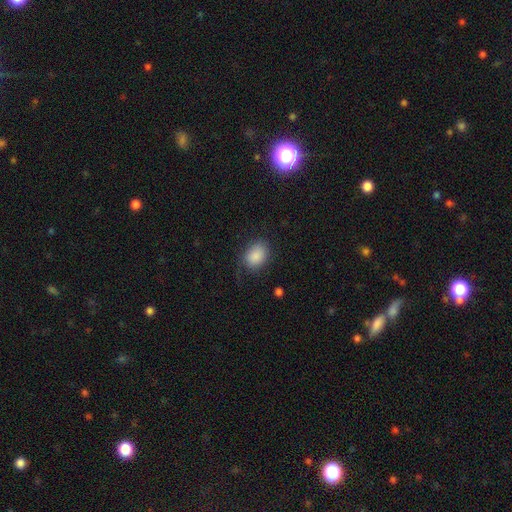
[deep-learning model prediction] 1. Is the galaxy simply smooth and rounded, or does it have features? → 86% smooth, 8% star or artifact, 7% featured or disk.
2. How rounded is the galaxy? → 67% in between, 32% round, 1% cigar-shaped.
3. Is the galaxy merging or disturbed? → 69% none, 20% minor disturbance, 9% major disturbance, 1% merger.